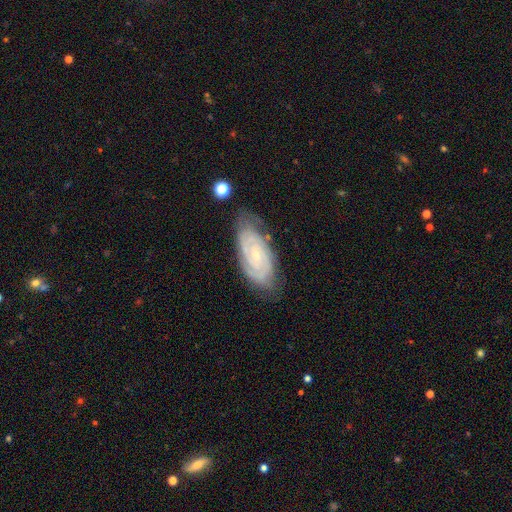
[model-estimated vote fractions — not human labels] featured or disk 82%, smooth 12%, star or artifact 6%. Down the decision tree: edge-on disk — no (95%); bar — no (63%); spiral arms — yes (95%); spiral arm count — 2 (48%); spiral winding — tight (72%); bulge size — small (79%); merging — none (70%).